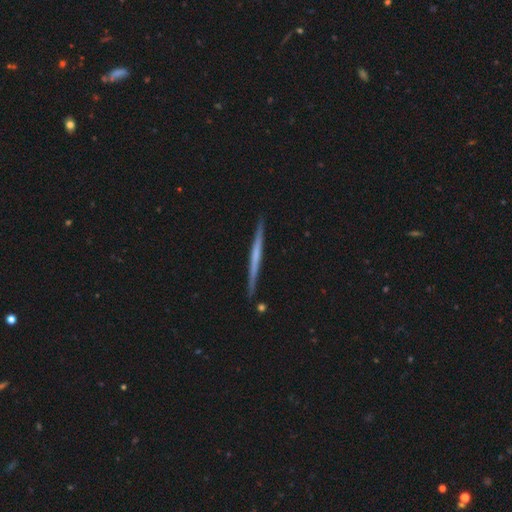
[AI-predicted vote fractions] This appears to be a featured or disk galaxy (59%) viewed edge-on (98%) with no central bulge (84%). Merging: none (90%).